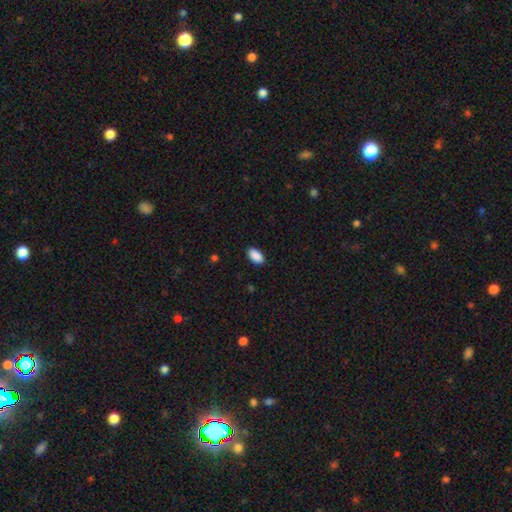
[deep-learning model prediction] smooth 90%, star or artifact 7%, featured or disk 3%. Down the decision tree: how rounded — in between (94%); merging — none (88%).